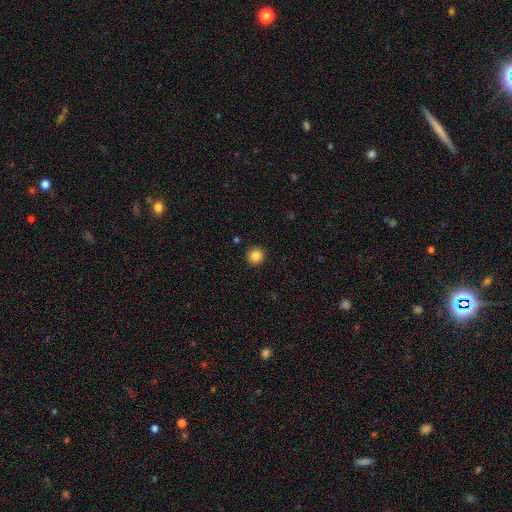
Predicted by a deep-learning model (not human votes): smooth 85%, star or artifact 10%, featured or disk 4%. Down the decision tree: how rounded — round (93%); merging — none (92%).